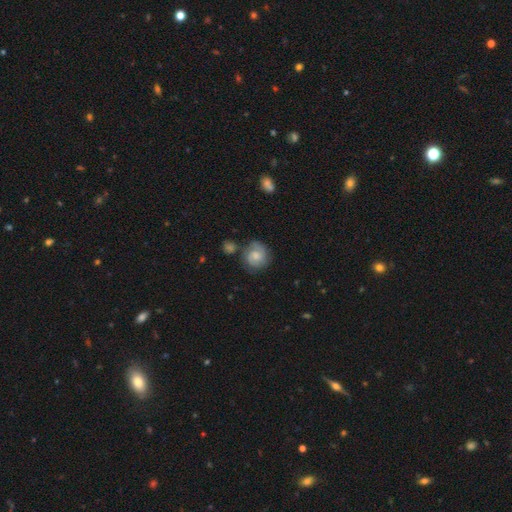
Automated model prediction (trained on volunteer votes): The model was most divided on "smooth or featured": featured or disk: 46%, smooth: 45%, star or artifact: 8%. More confident: merging — none (64%).